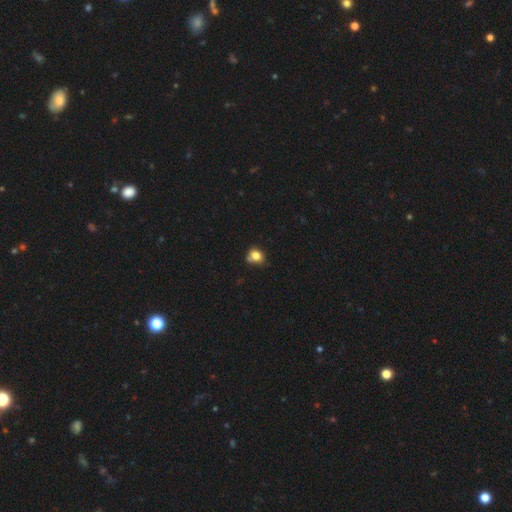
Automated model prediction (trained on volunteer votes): Smooth or featured? smooth (80%)
How rounded? round (60%)
Merging? none (59%)